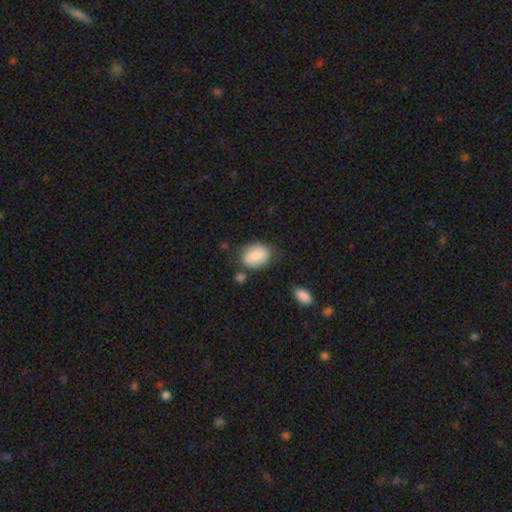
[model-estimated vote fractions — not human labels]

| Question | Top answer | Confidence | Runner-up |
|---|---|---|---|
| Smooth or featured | smooth | 81% | featured or disk (13%) |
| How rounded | in between | 71% | round (28%) |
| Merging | none | 64% | minor disturbance (22%) |